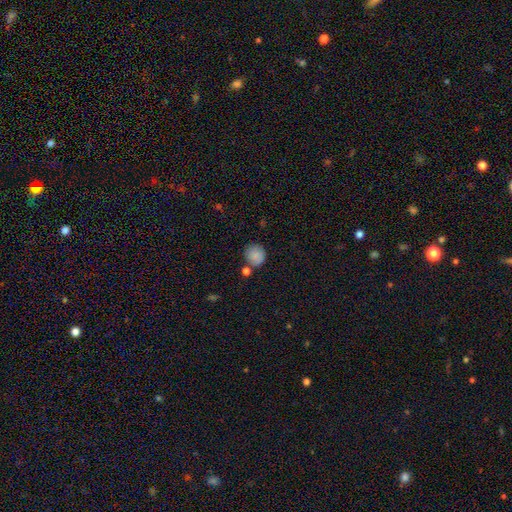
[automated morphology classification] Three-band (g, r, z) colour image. It shows a smooth galaxy with no disk features (85%) that is round (87%). Merging: none (68%).